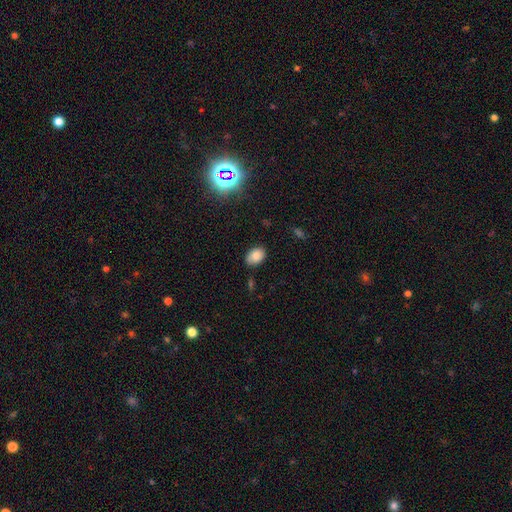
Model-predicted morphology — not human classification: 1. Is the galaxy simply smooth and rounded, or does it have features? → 83% smooth, 10% star or artifact, 6% featured or disk.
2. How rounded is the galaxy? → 82% in between, 17% round, 1% cigar-shaped.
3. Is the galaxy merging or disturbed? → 79% none, 17% minor disturbance, 3% major disturbance, 2% merger.